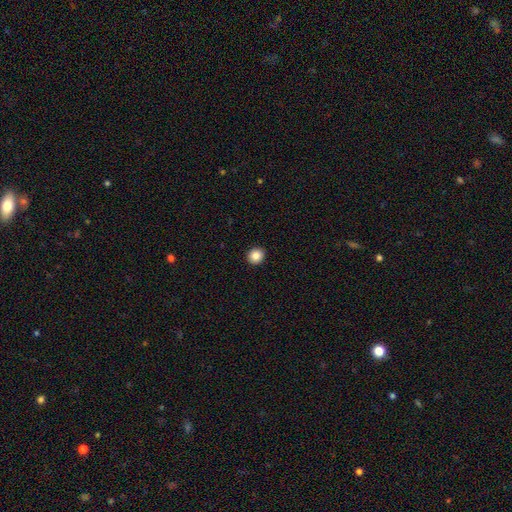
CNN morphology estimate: This is clearly a smooth galaxy (86%). How rounded: clearly round (88%). Merging: clearly none (93%).